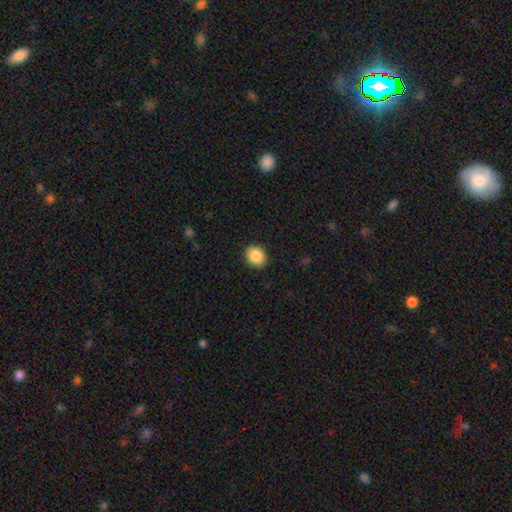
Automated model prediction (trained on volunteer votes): A smooth galaxy with no disk features (87%) that is round (64%). Merging: none (90%).